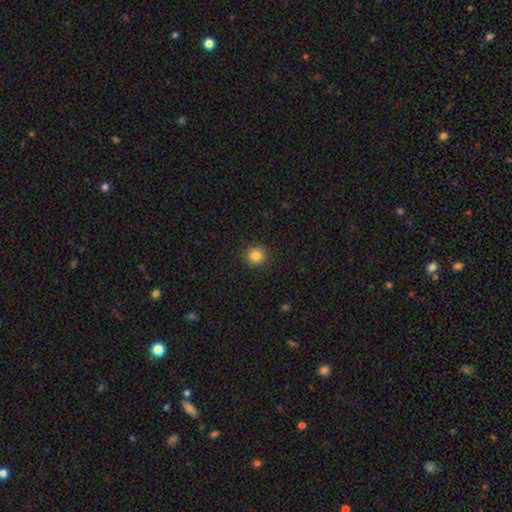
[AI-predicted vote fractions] Q: Smooth or featured?
A: smooth (84%); runner-up: star or artifact (12%)
Q: How rounded?
A: round (95%); runner-up: in between (5%)
Q: Merging?
A: none (92%); runner-up: minor disturbance (5%)